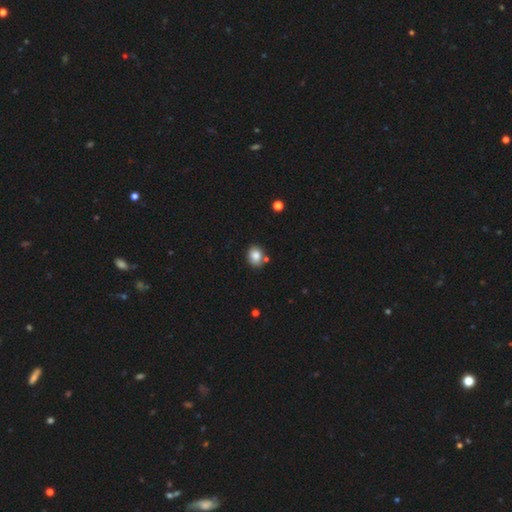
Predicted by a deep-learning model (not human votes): Smooth or featured? smooth (83%)
How rounded? round (52%)
Merging? none (70%)